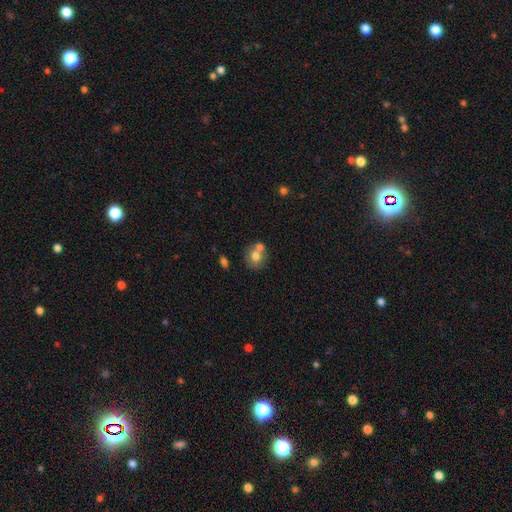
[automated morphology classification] Q: Smooth or featured?
A: smooth (72%); runner-up: featured or disk (19%)
Q: How rounded?
A: round (77%); runner-up: in between (22%)
Q: Merging?
A: none (46%); runner-up: merger (40%)